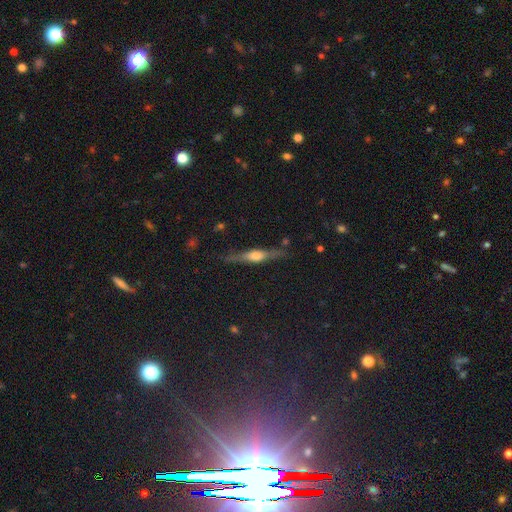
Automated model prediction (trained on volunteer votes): A featured or disk galaxy (64%) viewed edge-on (95%) with a rounded central bulge (83%).

Vote fractions:
- Smooth or featured? featured or disk: 64% / smooth: 28% / star or artifact: 8%
- Edge-on disk? yes: 95% / no: 5%
- Edge-on bulge? rounded: 83% / boxy: 12% / none: 6%
- Merging? none: 82% / minor disturbance: 13% / major disturbance: 3% / merger: 2%